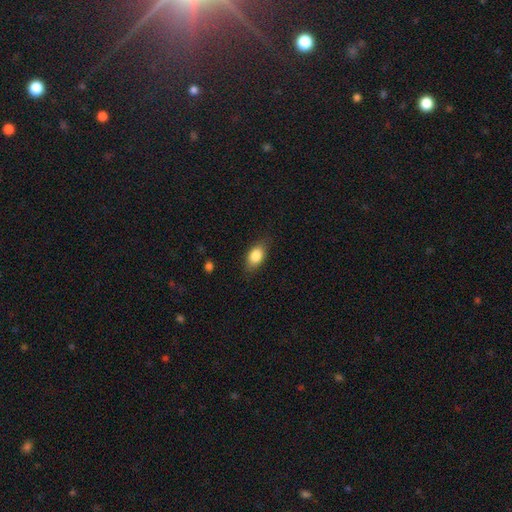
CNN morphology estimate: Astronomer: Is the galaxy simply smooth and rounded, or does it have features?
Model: smooth — 83%.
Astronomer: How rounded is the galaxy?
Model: in between — 86%.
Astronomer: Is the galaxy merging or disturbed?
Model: none — 79%.